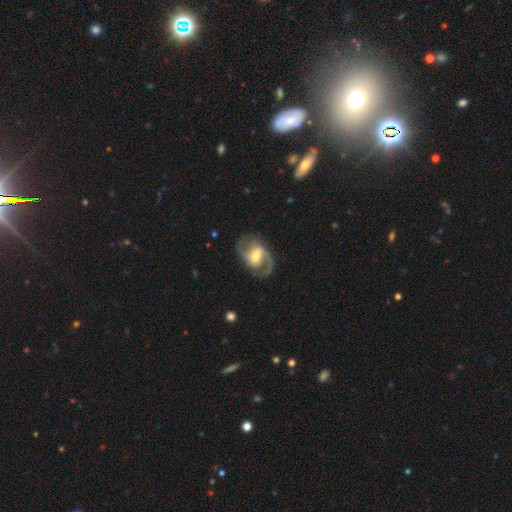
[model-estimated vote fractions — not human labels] Smooth or featured? Predicted: featured or disk (p=0.85). Edge-on disk? Predicted: no (p=0.97). Bar? Predicted: weak (p=0.45). Spiral arms? Predicted: yes (p=0.95). Spiral winding? Predicted: medium (p=0.57). Spiral arm count? Predicted: 2 (p=0.87). Bulge size? Predicted: moderate (p=0.54). Merging? Predicted: none (p=0.76).